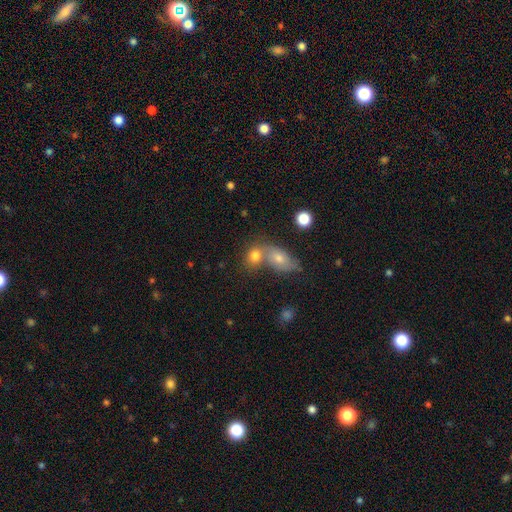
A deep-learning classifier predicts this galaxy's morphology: smooth 75%, featured or disk 14%, star or artifact 12%. Down the decision tree: how rounded — in between (54%); merging — merger (48%).